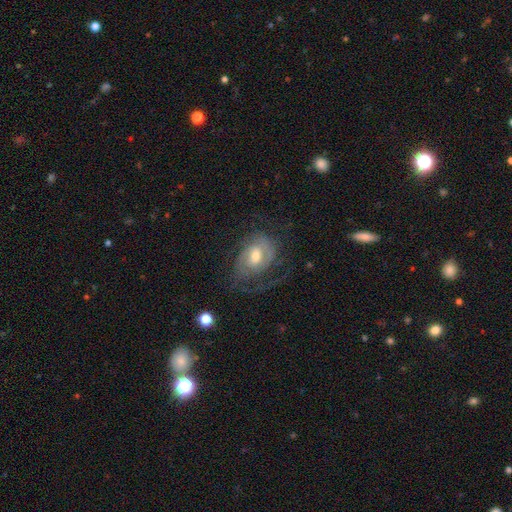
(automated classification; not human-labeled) featured or disk 76%, smooth 17%, star or artifact 7%. Down the decision tree: edge-on disk — no (96%); bar — no (50%); spiral arms — yes (86%); spiral arm count — 2 (38%); spiral winding — tight (44%); bulge size — moderate (62%); merging — none (52%).